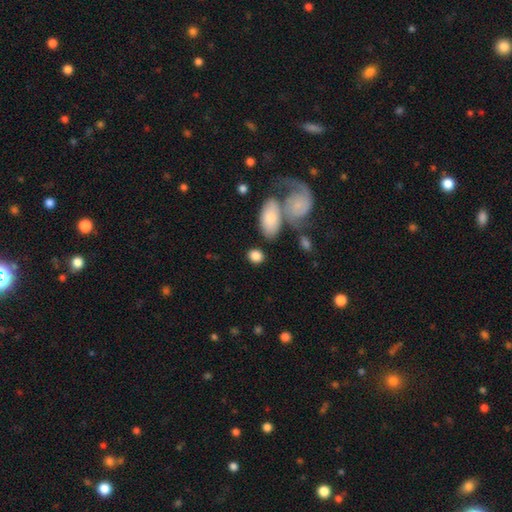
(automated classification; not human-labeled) Smooth or featured? smooth (84%)
How rounded? in between (57%)
Merging? none (72%)